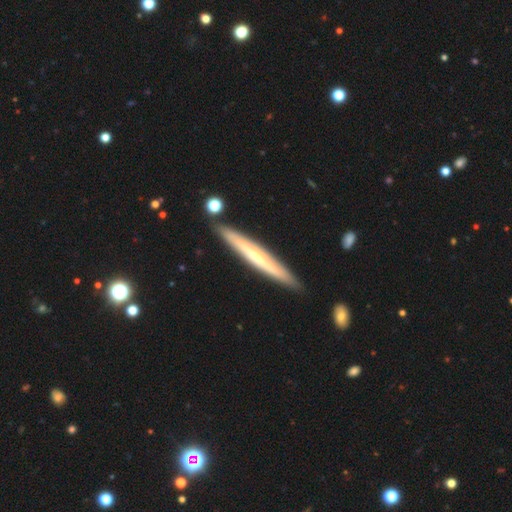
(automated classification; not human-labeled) This appears to be a featured or disk galaxy (64%) viewed edge-on (92%) with a rounded central bulge (57%). Merging: none (88%).